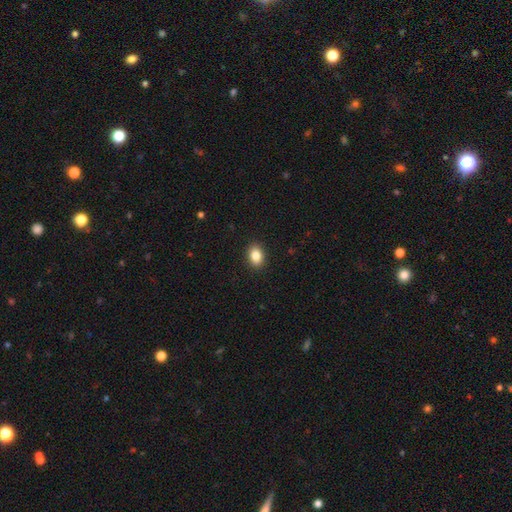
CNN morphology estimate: A smooth galaxy with no disk features (85%) that is in between round and cigar-shaped (75%).

Vote fractions:
- Smooth or featured? smooth: 85% / star or artifact: 9% / featured or disk: 6%
- How rounded? in between: 75% / round: 24% / cigar-shaped: 1%
- Merging? none: 91% / minor disturbance: 6% / major disturbance: 2% / merger: 1%